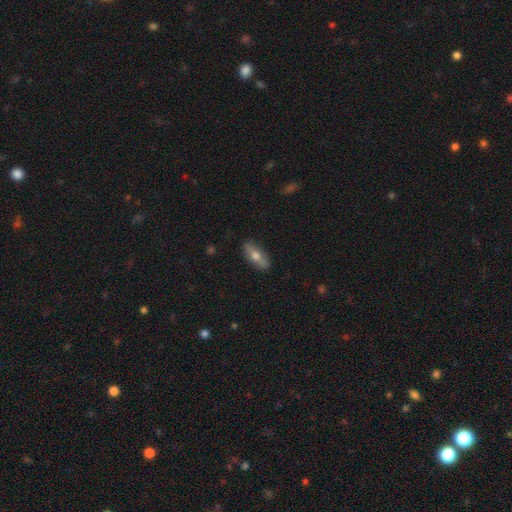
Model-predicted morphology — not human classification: Smooth or featured: smooth — 60% (featured or disk — 33%)
How rounded: in between — 75% (cigar-shaped — 21%)
Merging: none — 84% (minor disturbance — 12%)